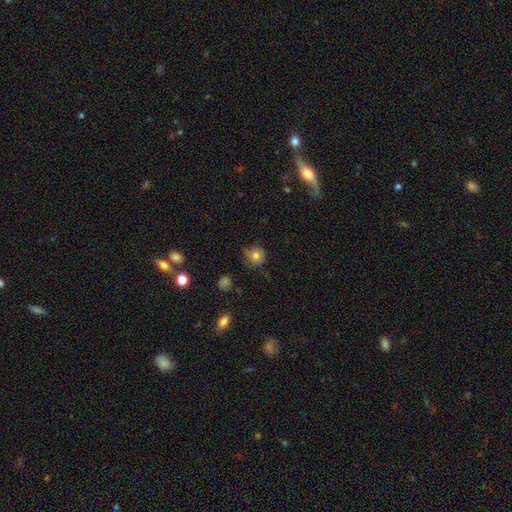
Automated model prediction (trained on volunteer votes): This appears to be a smooth galaxy with no disk features (77%) that is round (90%). Merging: none (72%).